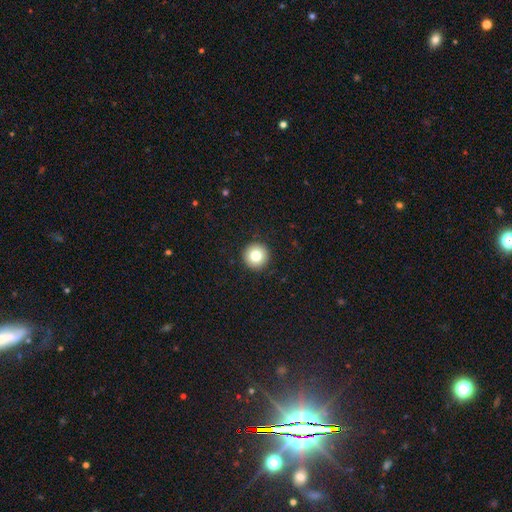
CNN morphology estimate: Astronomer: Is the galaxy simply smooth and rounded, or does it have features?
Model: smooth — 81%.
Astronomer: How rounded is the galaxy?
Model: round — 96%.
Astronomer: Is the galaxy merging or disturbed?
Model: none — 93%.